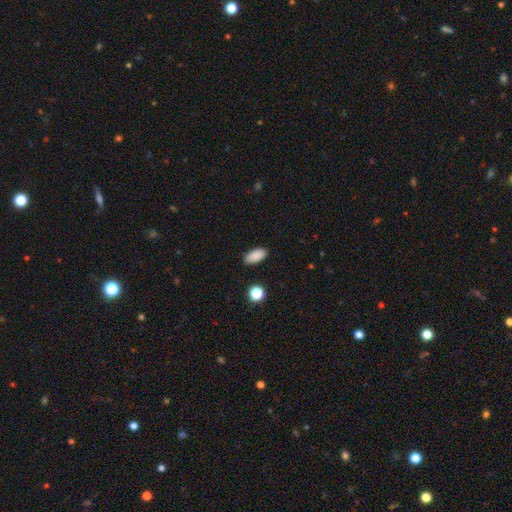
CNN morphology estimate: Smooth or featured: smooth — 87% (star or artifact — 9%)
How rounded: in between — 90% (cigar-shaped — 6%)
Merging: none — 88% (minor disturbance — 8%)